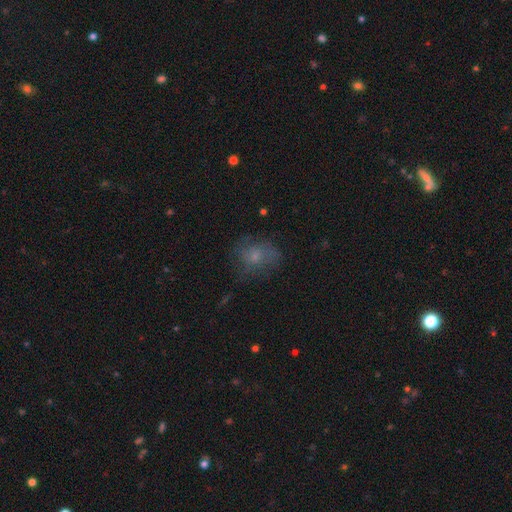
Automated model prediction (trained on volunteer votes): Q: Smooth or featured?
A: smooth (56%); runner-up: featured or disk (29%)
Q: How rounded?
A: round (60%); runner-up: in between (38%)
Q: Merging?
A: none (56%); runner-up: minor disturbance (24%)